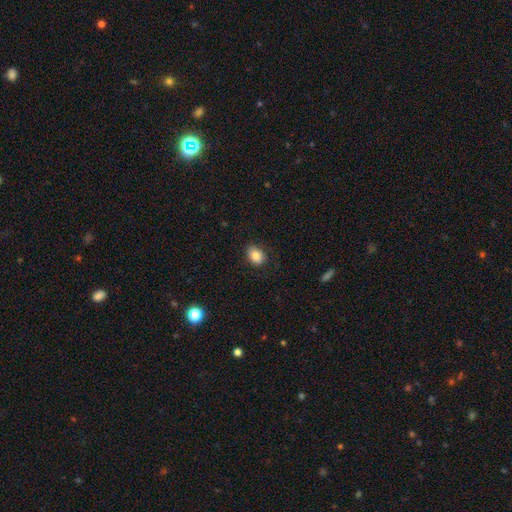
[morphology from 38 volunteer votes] Overall: smooth (89%). How rounded: in between (74%). Merging: none (69%).